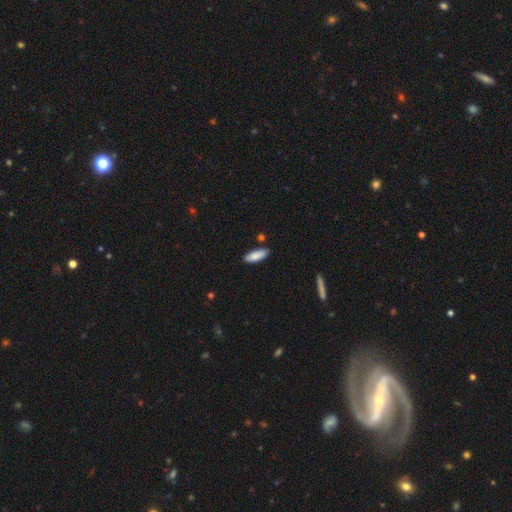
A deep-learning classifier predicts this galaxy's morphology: Smooth or featured? Predicted: smooth (p=0.87). How rounded? Predicted: in between (p=0.67). Merging? Predicted: none (p=0.86).